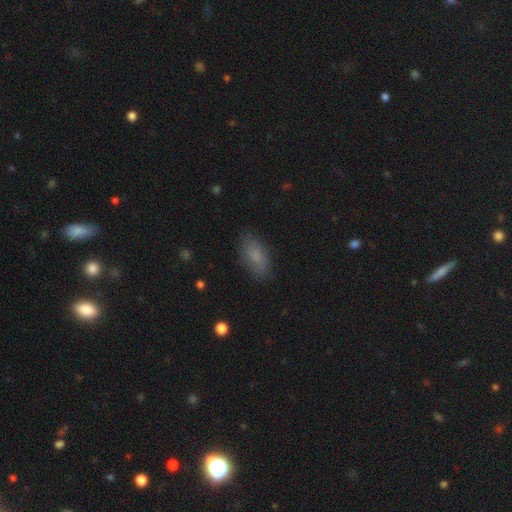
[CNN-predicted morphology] Smooth or featured: smooth — 79% (featured or disk — 12%)
How rounded: in between — 87% (cigar-shaped — 9%)
Merging: none — 83% (minor disturbance — 13%)